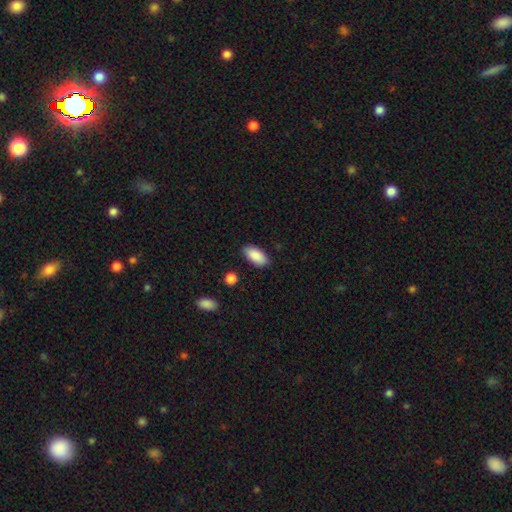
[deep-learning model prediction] Q: Smooth or featured?
A: smooth (90%); runner-up: star or artifact (6%)
Q: How rounded?
A: in between (92%); runner-up: cigar-shaped (6%)
Q: Merging?
A: none (87%); runner-up: minor disturbance (10%)